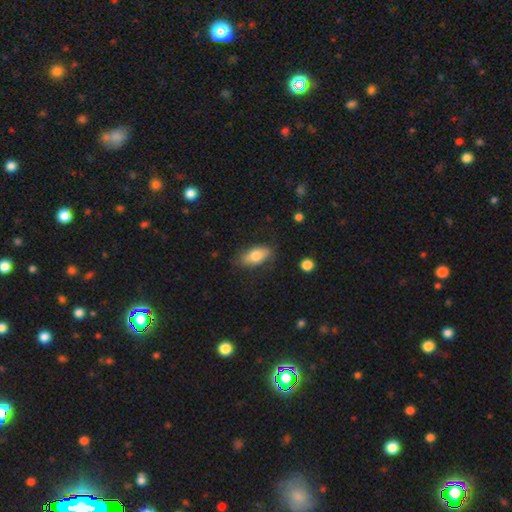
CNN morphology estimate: Smooth or featured: smooth — 76% (featured or disk — 17%)
How rounded: in between — 88% (cigar-shaped — 8%)
Merging: none — 80% (minor disturbance — 15%)